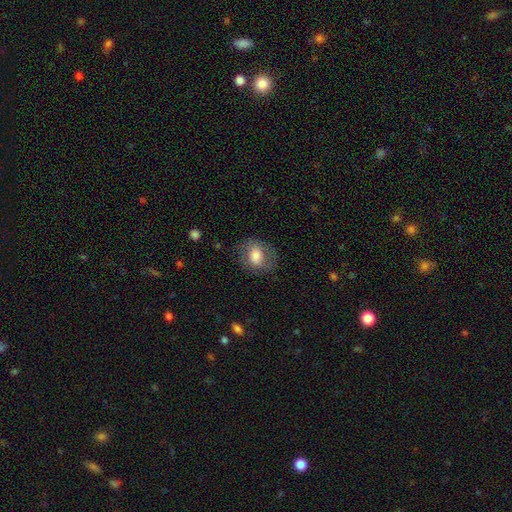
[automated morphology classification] A smooth galaxy with no disk features (69%) that is in between round and cigar-shaped (53%).

Vote fractions:
- Smooth or featured? smooth: 69% / featured or disk: 24% / star or artifact: 8%
- How rounded? in between: 53% / round: 46% / cigar-shaped: 1%
- Merging? none: 71% / minor disturbance: 18% / major disturbance: 10% / merger: 1%